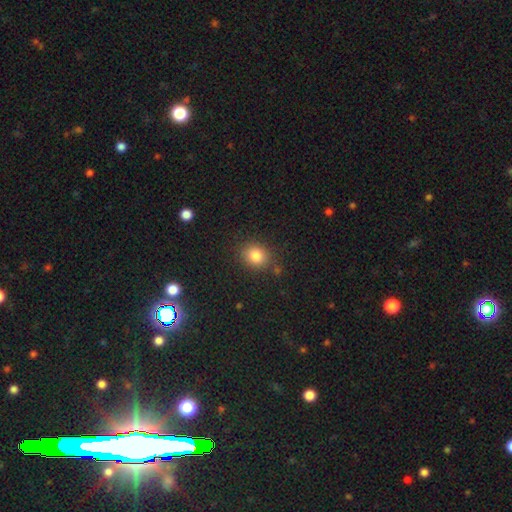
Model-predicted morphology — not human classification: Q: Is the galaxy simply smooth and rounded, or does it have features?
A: smooth — 82%.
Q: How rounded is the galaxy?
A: round — 67%.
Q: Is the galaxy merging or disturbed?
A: none — 82%.